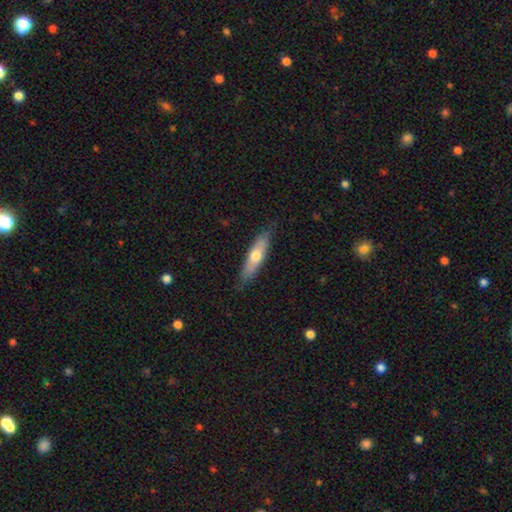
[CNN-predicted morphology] Smooth or featured?
  - smooth: 58% *
  - featured or disk: 36%
  - star or artifact: 6%
How rounded?
  - cigar-shaped: 64% *
  - in between: 34%
  - round: 2%
Merging?
  - none: 78% *
  - minor disturbance: 17%
  - major disturbance: 4%
  - merger: 1%